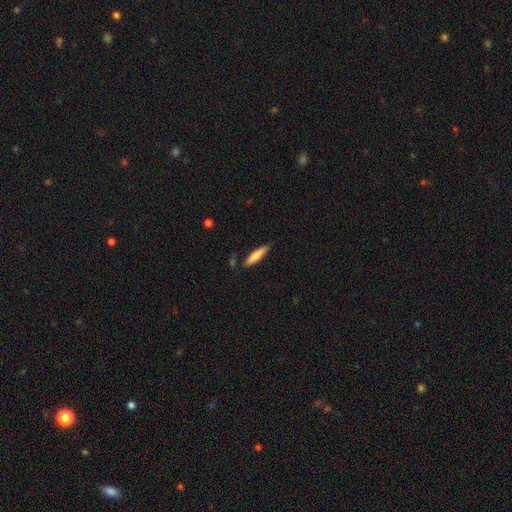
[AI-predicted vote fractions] A smooth galaxy with no disk features (68%) that is cigar-shaped (83%).

Vote fractions:
- Smooth or featured? smooth: 68% / featured or disk: 26% / star or artifact: 6%
- How rounded? cigar-shaped: 83% / in between: 16% / round: 1%
- Merging? none: 82% / minor disturbance: 13% / merger: 3% / major disturbance: 2%